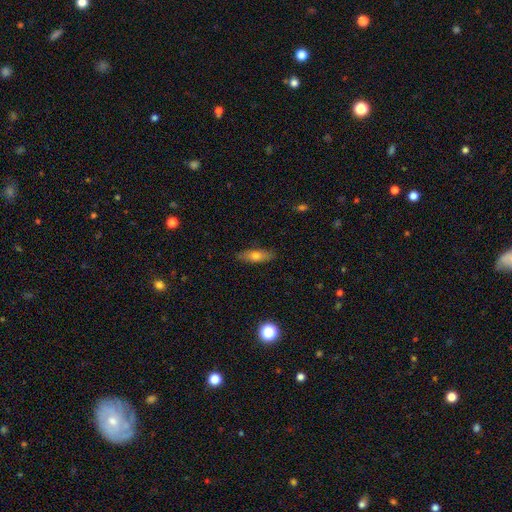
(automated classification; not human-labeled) Q: Smooth or featured?
A: smooth (65%); runner-up: featured or disk (27%)
Q: How rounded?
A: in between (53%); runner-up: cigar-shaped (44%)
Q: Merging?
A: none (87%); runner-up: minor disturbance (10%)